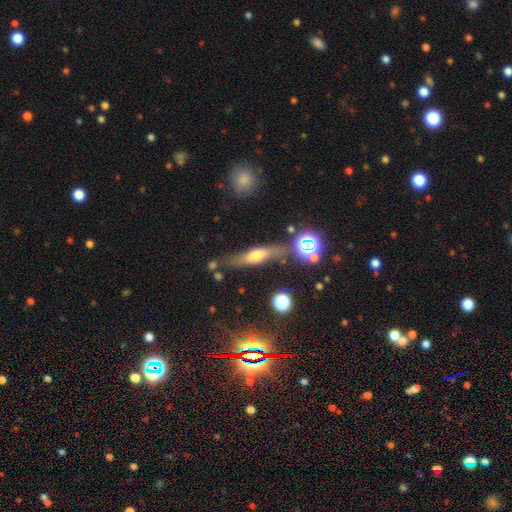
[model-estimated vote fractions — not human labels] The model was most divided on "smooth or featured": smooth: 48%, featured or disk: 42%, star or artifact: 10%. More confident: merging — none (73%).